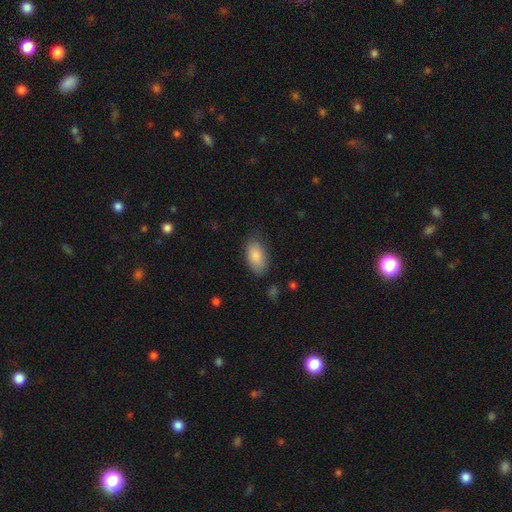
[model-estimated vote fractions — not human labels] Smooth or featured?
  - smooth: 86% *
  - featured or disk: 7%
  - star or artifact: 6%
How rounded?
  - in between: 94% *
  - round: 3%
  - cigar-shaped: 3%
Merging?
  - none: 77% *
  - minor disturbance: 18%
  - major disturbance: 4%
  - merger: 1%